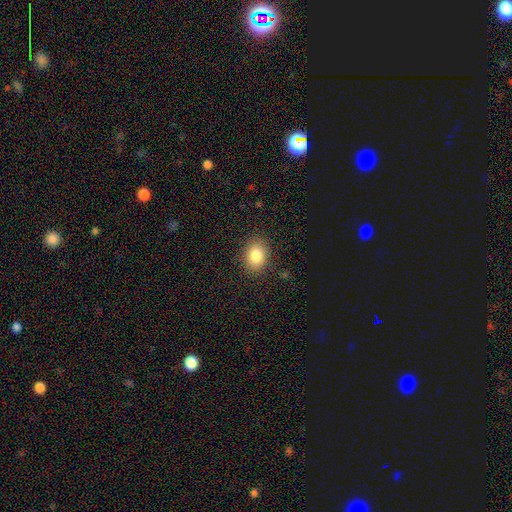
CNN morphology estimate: type=smooth (84%); roundness=in between (71%); merging=none (87%).